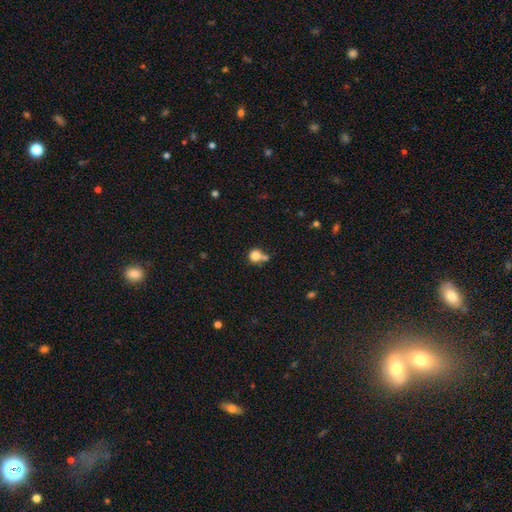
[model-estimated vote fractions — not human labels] Smooth or featured? Predicted: smooth (p=0.79). How rounded? Predicted: round (p=0.80). Merging? Predicted: none (p=0.39).